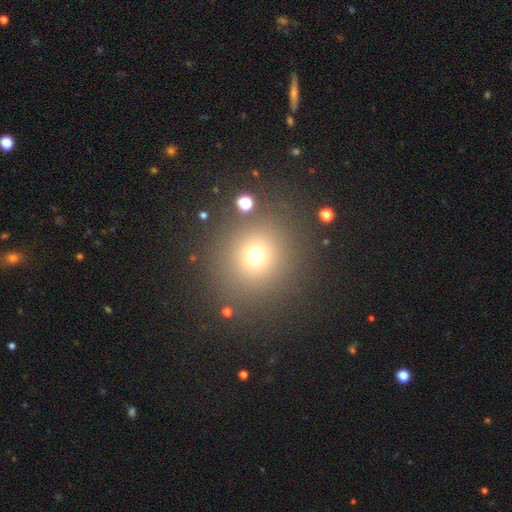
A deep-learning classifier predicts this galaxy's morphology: smooth-or-featured: smooth: 67% | star or artifact: 23% | featured or disk: 9%
  how-rounded: round: 91% | in between: 8% | cigar-shaped: 1%
  merging: none: 86% | minor disturbance: 7% | major disturbance: 4% | merger: 3%